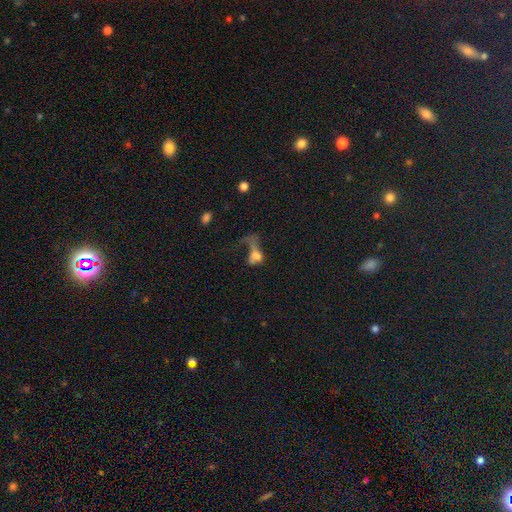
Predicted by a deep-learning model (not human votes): A smooth galaxy with no disk features (54%) that is in between round and cigar-shaped (68%).

Vote fractions:
- Smooth or featured? smooth: 54% / featured or disk: 30% / star or artifact: 16%
- How rounded? in between: 68% / round: 25% / cigar-shaped: 7%
- Merging? major disturbance: 60% / merger: 16% / none: 14% / minor disturbance: 10%